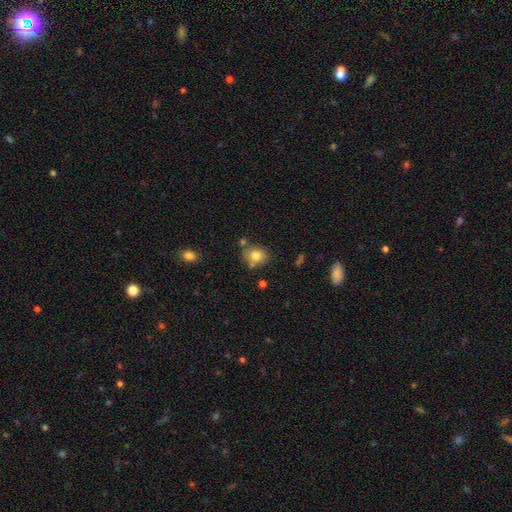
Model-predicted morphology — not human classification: smooth_or_featured: smooth (p=0.79) [alt: featured or disk p=0.11]
how_rounded: round (p=0.59) [alt: in between p=0.40]
merging: none (p=0.62) [alt: minor disturbance p=0.19]